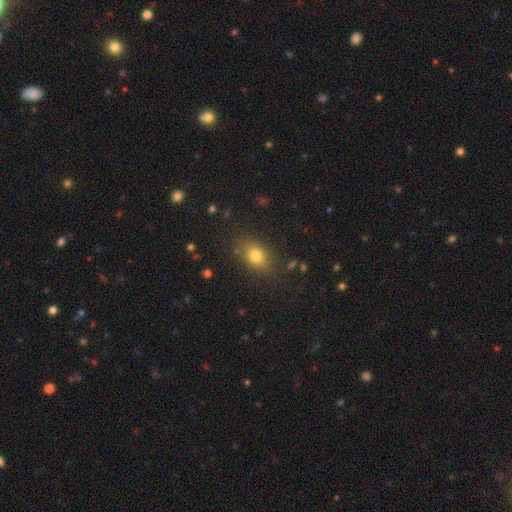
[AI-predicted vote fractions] Morphology: type=smooth (78%); roundness=in between (71%); merging=none (82%).